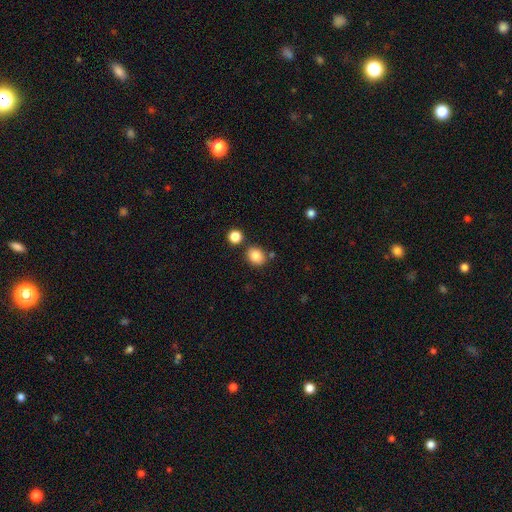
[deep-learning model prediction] smooth 84%, star or artifact 10%, featured or disk 6%. Down the decision tree: how rounded — round (56%); merging — none (78%).